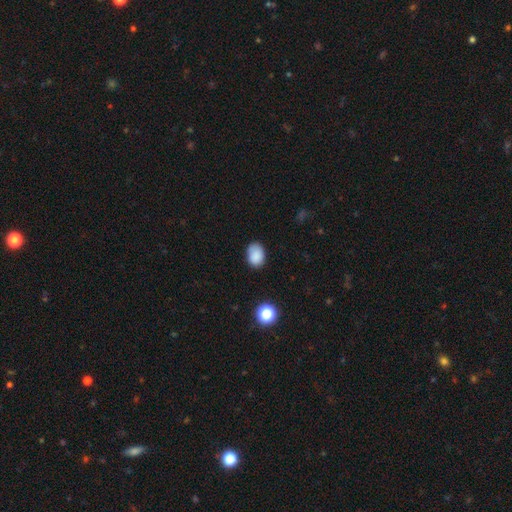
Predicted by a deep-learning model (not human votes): smooth-or-featured: smooth: 86% | star or artifact: 10% | featured or disk: 4%
  how-rounded: in between: 71% | round: 28% | cigar-shaped: 1%
  merging: none: 76% | minor disturbance: 18% | major disturbance: 4% | merger: 2%